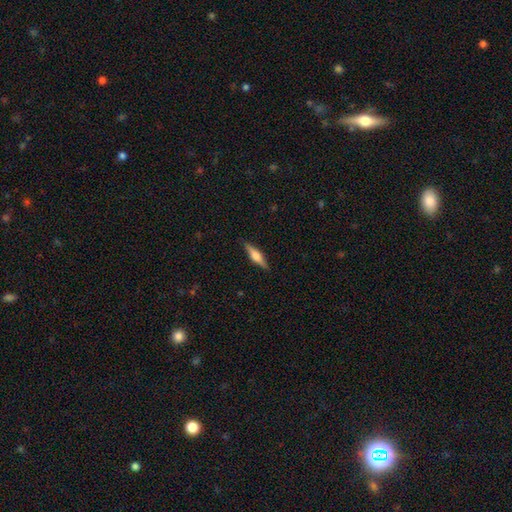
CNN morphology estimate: Smooth or featured? featured or disk (61%)
Edge-on disk? yes (97%)
Edge-on bulge? rounded (83%)
Merging? none (89%)